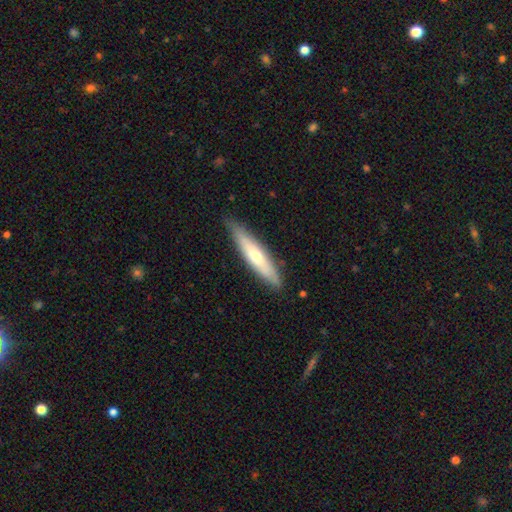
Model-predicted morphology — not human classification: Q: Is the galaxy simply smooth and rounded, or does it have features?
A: smooth — 50%.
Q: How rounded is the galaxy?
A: cigar-shaped — 83%.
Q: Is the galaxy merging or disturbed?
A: none — 84%.